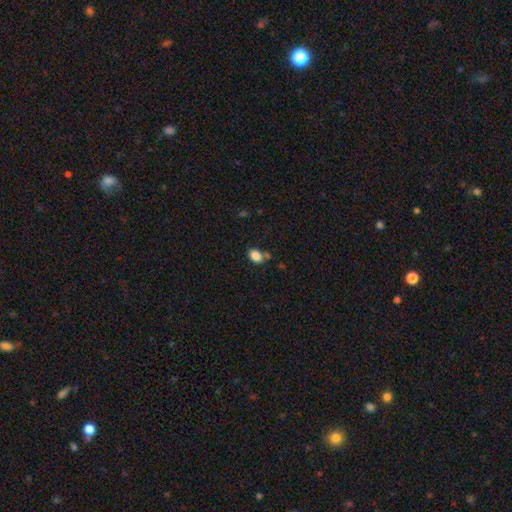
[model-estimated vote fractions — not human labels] A smooth galaxy with no disk features (86%) that is in between round and cigar-shaped (77%).

Vote fractions:
- Smooth or featured? smooth: 86% / star or artifact: 9% / featured or disk: 4%
- How rounded? in between: 77% / round: 21% / cigar-shaped: 1%
- Merging? none: 66% / minor disturbance: 16% / merger: 13% / major disturbance: 4%